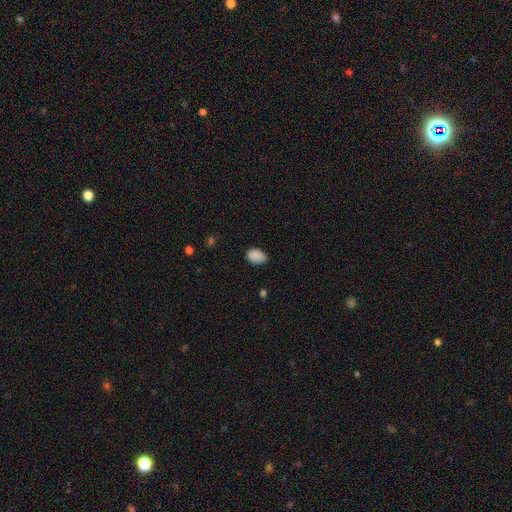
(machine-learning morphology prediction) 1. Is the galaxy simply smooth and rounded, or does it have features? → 88% smooth, 8% star or artifact, 4% featured or disk.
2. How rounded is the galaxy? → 83% in between, 16% round, 1% cigar-shaped.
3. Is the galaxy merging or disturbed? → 74% none, 21% minor disturbance, 4% major disturbance, 1% merger.